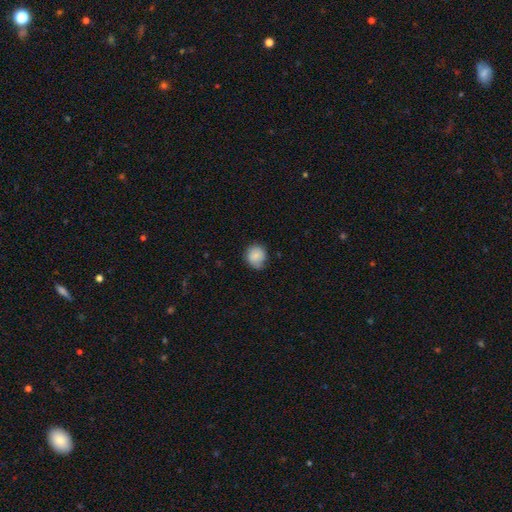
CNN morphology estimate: Q: Smooth or featured?
A: smooth (83%); runner-up: featured or disk (9%)
Q: How rounded?
A: round (80%); runner-up: in between (19%)
Q: Merging?
A: none (66%); runner-up: minor disturbance (27%)